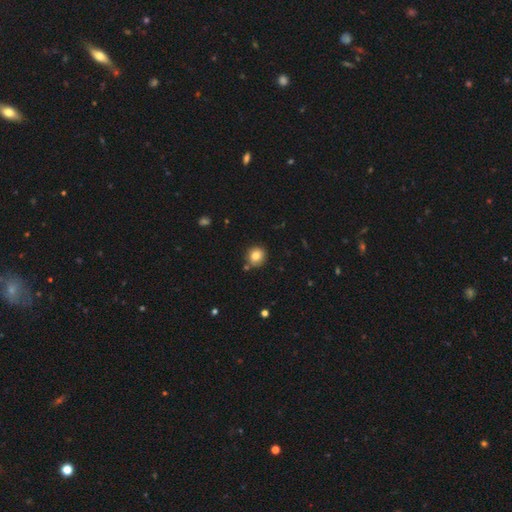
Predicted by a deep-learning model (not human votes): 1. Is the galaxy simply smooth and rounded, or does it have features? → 83% smooth, 10% star or artifact, 7% featured or disk.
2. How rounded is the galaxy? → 84% round, 15% in between, 1% cigar-shaped.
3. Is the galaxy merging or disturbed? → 79% none, 12% minor disturbance, 7% merger, 3% major disturbance.